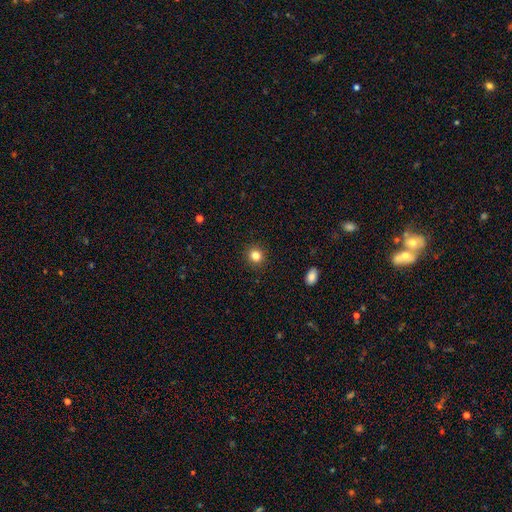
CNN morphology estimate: Q: Smooth or featured?
A: smooth (82%); runner-up: star or artifact (12%)
Q: How rounded?
A: round (86%); runner-up: in between (13%)
Q: Merging?
A: none (91%); runner-up: minor disturbance (6%)